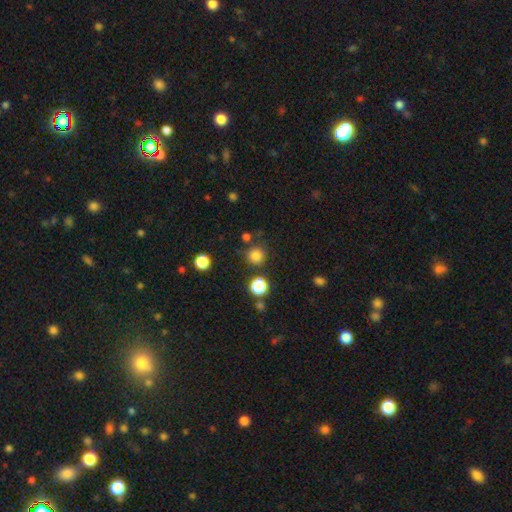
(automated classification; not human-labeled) Smooth or featured?
  - smooth: 81% *
  - star or artifact: 15%
  - featured or disk: 4%
How rounded?
  - round: 94% *
  - in between: 5%
  - cigar-shaped: 1%
Merging?
  - none: 82% *
  - minor disturbance: 9%
  - merger: 6%
  - major disturbance: 3%